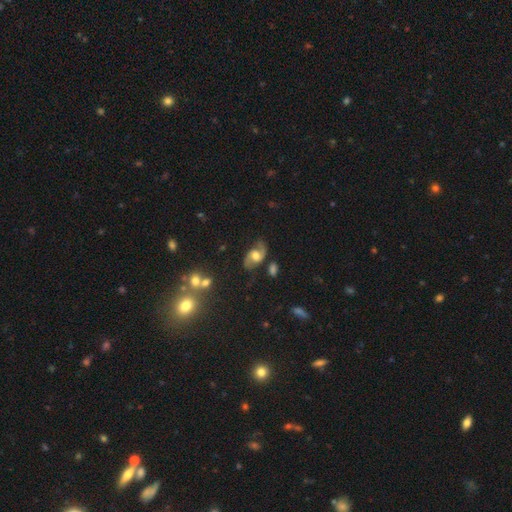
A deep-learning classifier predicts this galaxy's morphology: Q: Smooth or featured?
A: featured or disk (80%); runner-up: smooth (13%)
Q: Edge-on disk?
A: no (97%); runner-up: yes (3%)
Q: Bar?
A: no (57%); runner-up: weak (35%)
Q: Spiral arms?
A: yes (93%); runner-up: no (7%)
Q: Spiral winding?
A: loose (48%); runner-up: medium (41%)
Q: Spiral arm count?
A: 2 (93%); runner-up: can't tell (3%)
Q: Bulge size?
A: moderate (62%); runner-up: large (23%)
Q: Merging?
A: none (75%); runner-up: minor disturbance (16%)